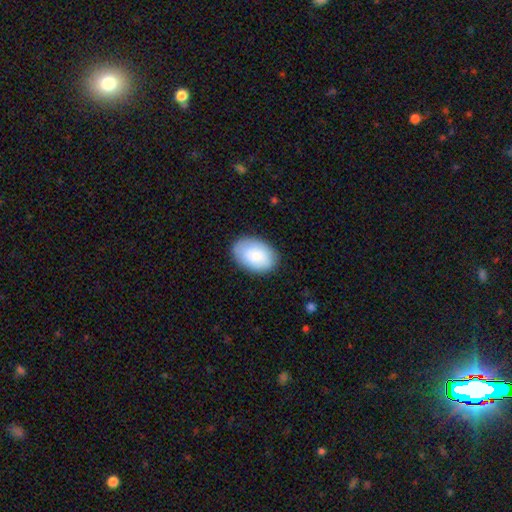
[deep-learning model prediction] smooth_or_featured: smooth (p=0.83) [alt: featured or disk p=0.11]
how_rounded: in between (p=0.88) [alt: round p=0.11]
merging: none (p=0.85) [alt: minor disturbance p=0.12]